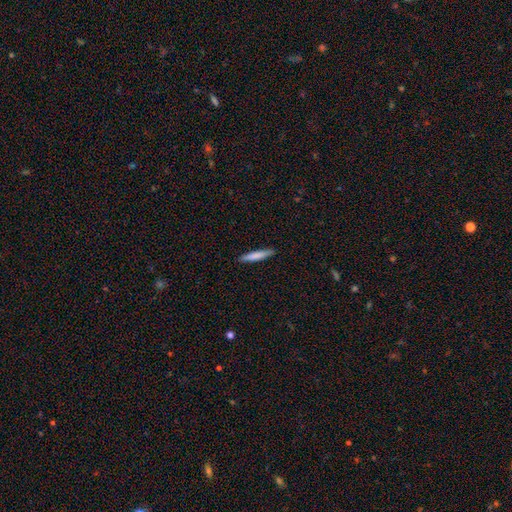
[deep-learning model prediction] Smooth or featured?
  - smooth: 76% *
  - featured or disk: 19%
  - star or artifact: 5%
How rounded?
  - cigar-shaped: 93% *
  - in between: 6%
  - round: 1%
Merging?
  - none: 90% *
  - minor disturbance: 7%
  - major disturbance: 1%
  - merger: 1%